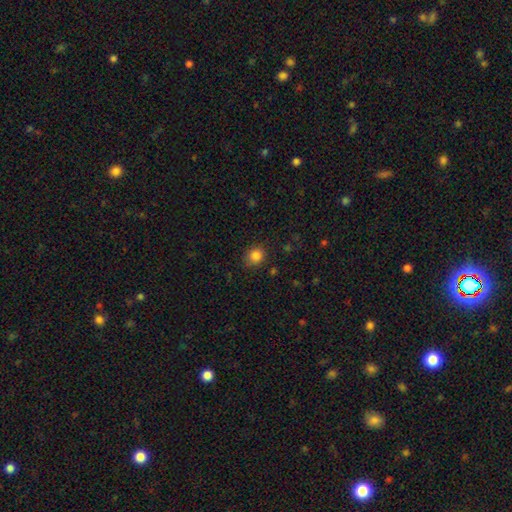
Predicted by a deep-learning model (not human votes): smooth 84%, star or artifact 11%, featured or disk 4%. Down the decision tree: how rounded — round (79%); merging — none (84%).